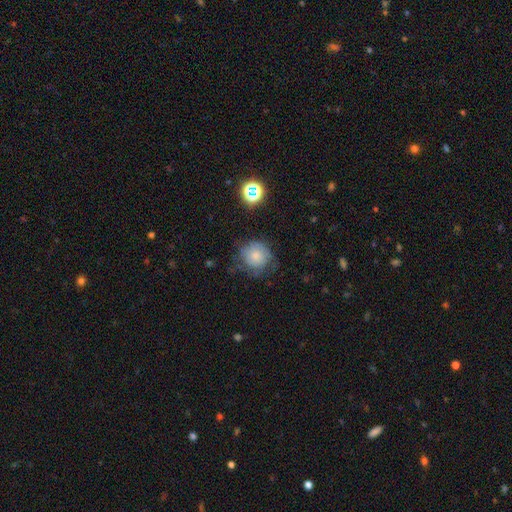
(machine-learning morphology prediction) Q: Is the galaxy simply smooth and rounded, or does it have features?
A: smooth — 62%.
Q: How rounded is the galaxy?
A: round — 87%.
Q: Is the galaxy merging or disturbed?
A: none — 54%.